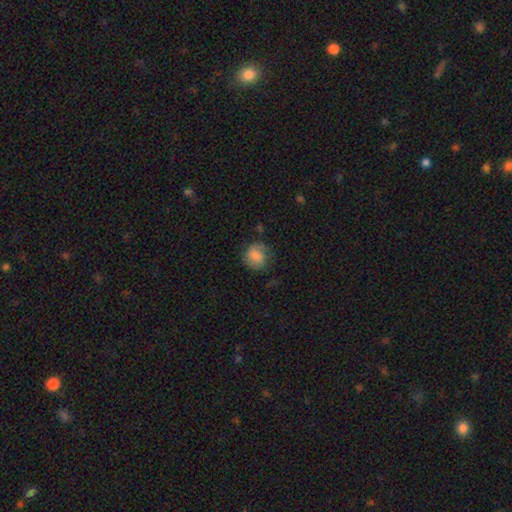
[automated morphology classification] smooth 67%, featured or disk 24%, star or artifact 8%. Down the decision tree: how rounded — round (76%); merging — none (61%).